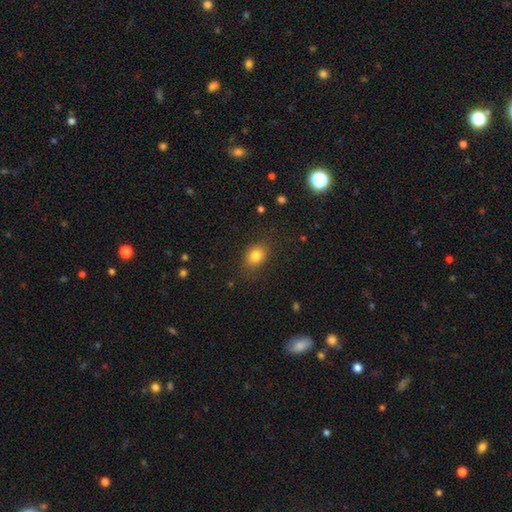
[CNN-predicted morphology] Smooth or featured? Predicted: smooth (p=0.82). How rounded? Predicted: in between (p=0.64). Merging? Predicted: none (p=0.82).